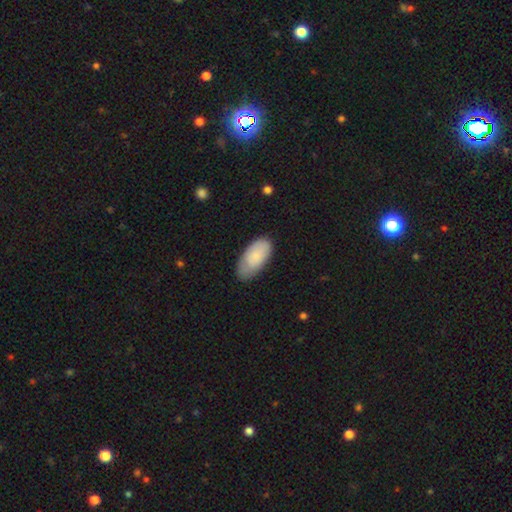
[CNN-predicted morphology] This appears to be a smooth galaxy with no disk features (79%) that is in between round and cigar-shaped (94%). Merging: none (66%).